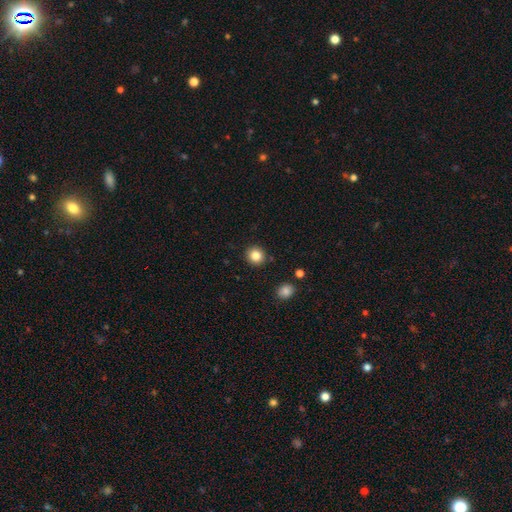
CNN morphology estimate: smooth 84%, star or artifact 10%, featured or disk 6%. Down the decision tree: how rounded — round (91%); merging — none (91%).